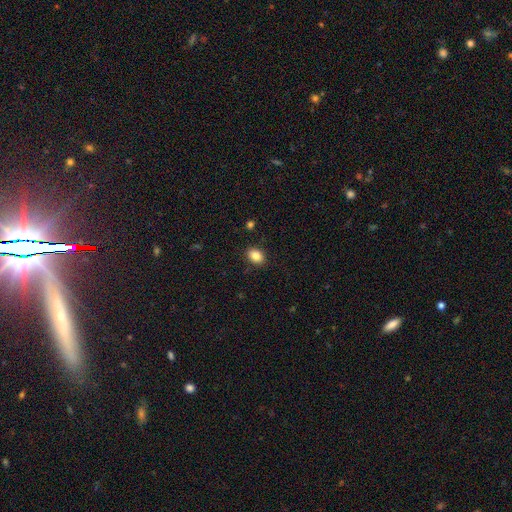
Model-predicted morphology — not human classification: A smooth galaxy with no disk features (86%) that is in between round and cigar-shaped (69%). Merging: none (89%).